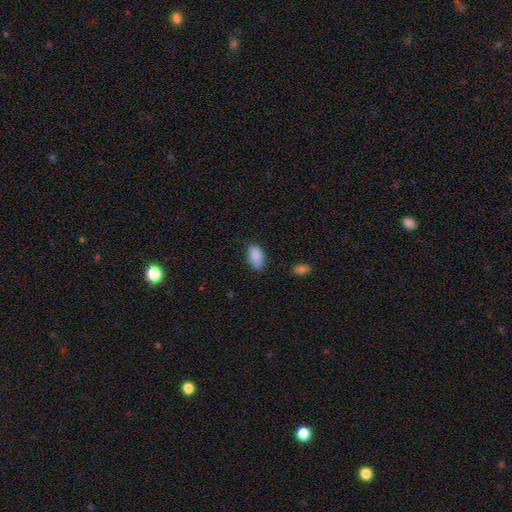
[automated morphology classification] This appears to be a smooth galaxy with no disk features (89%) that is in between round and cigar-shaped (94%). Merging: none (74%).